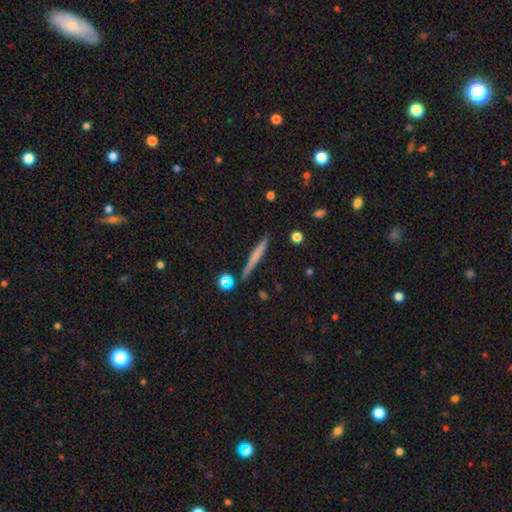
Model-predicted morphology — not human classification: A smooth galaxy with no disk features (47%).

Vote fractions:
- Smooth or featured? smooth: 47% / featured or disk: 46% / star or artifact: 8%
- Merging? none: 87% / minor disturbance: 9% / merger: 3% / major disturbance: 2%